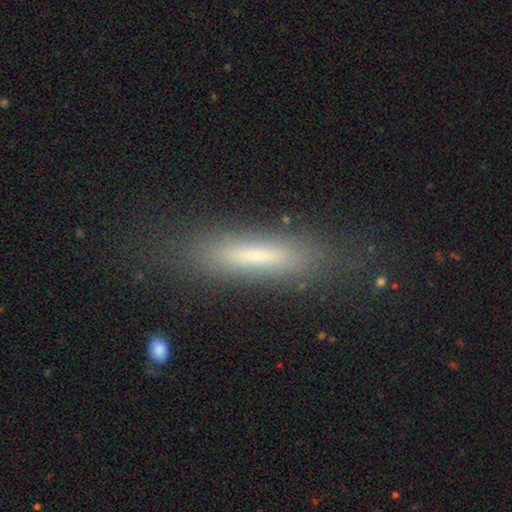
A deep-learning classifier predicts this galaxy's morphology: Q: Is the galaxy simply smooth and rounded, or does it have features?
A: smooth — 66%.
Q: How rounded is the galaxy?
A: cigar-shaped — 80%.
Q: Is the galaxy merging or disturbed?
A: none — 78%.